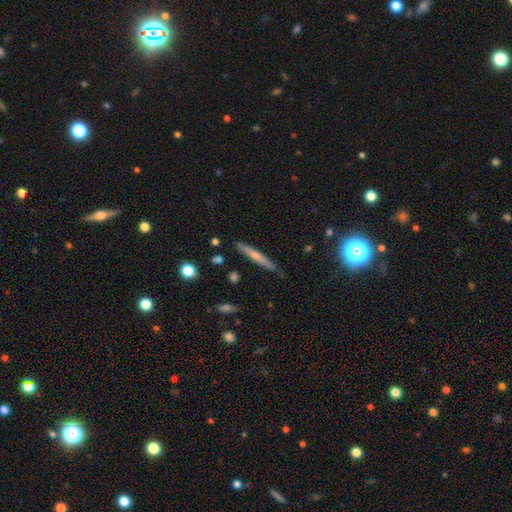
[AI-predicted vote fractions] Smooth or featured? smooth (54%)
How rounded? cigar-shaped (94%)
Merging? none (82%)